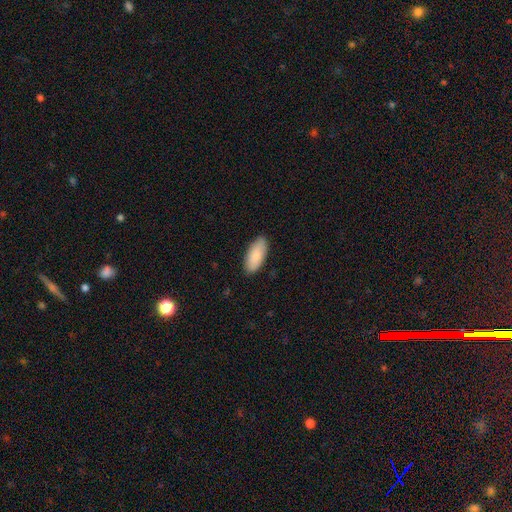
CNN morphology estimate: A smooth galaxy with no disk features (88%) that is in between round and cigar-shaped (89%). Merging: none (88%).